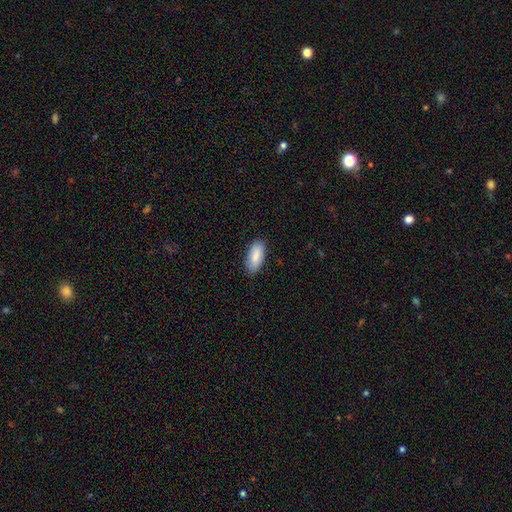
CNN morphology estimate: A smooth galaxy with no disk features (87%) that is in between round and cigar-shaped (87%).

Vote fractions:
- Smooth or featured? smooth: 87% / featured or disk: 7% / star or artifact: 6%
- How rounded? in between: 87% / cigar-shaped: 11% / round: 2%
- Merging? none: 87% / minor disturbance: 10% / major disturbance: 2% / merger: 1%